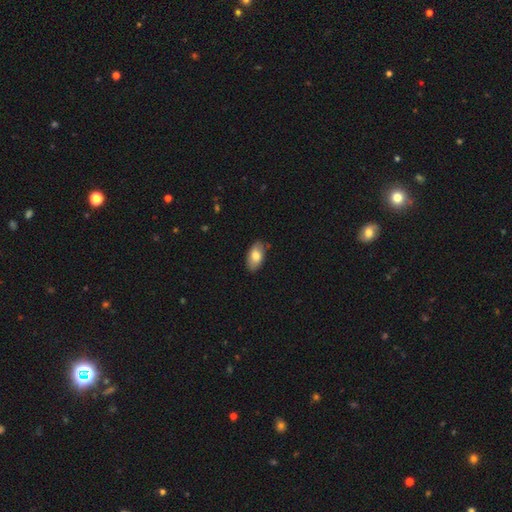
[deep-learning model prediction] A smooth galaxy with no disk features (79%) that is in between round and cigar-shaped (94%).

Vote fractions:
- Smooth or featured? smooth: 79% / featured or disk: 15% / star or artifact: 7%
- How rounded? in between: 94% / round: 4% / cigar-shaped: 2%
- Merging? none: 81% / minor disturbance: 15% / major disturbance: 2% / merger: 2%